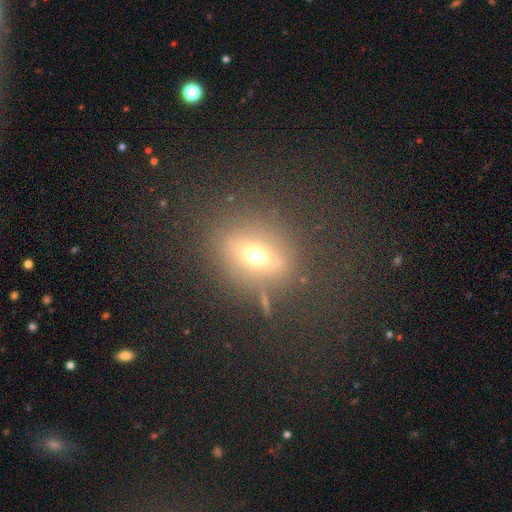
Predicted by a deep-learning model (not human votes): smooth-or-featured: smooth: 43% | featured or disk: 35% | star or artifact: 22%
  merging: none: 76% | minor disturbance: 11% | major disturbance: 8% | merger: 4%